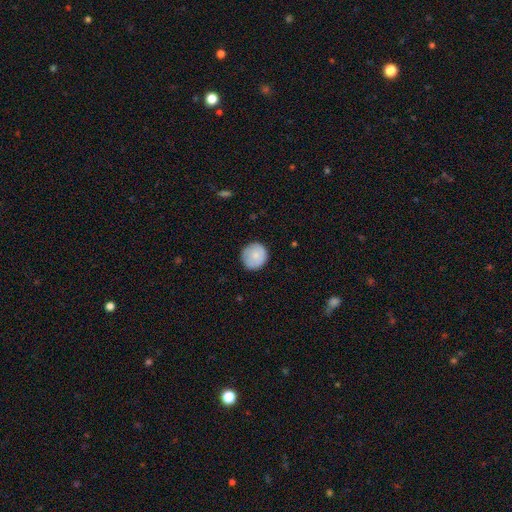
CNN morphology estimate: A smooth galaxy with no disk features (80%) that is round (93%). Merging: none (85%).